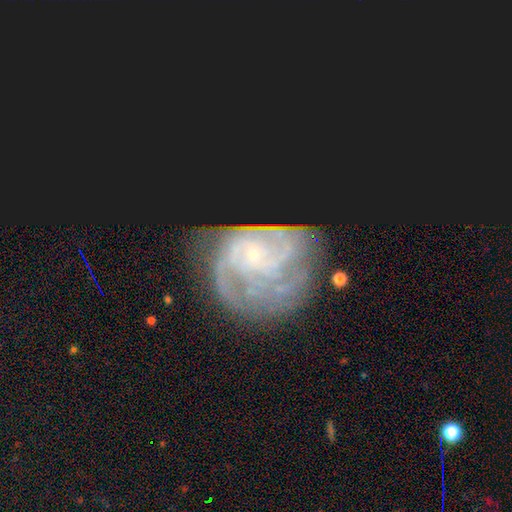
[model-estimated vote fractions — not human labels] featured or disk 79%, smooth 11%, star or artifact 10%. Down the decision tree: edge-on disk — no (97%); bar — no (72%); spiral arms — yes (85%); spiral arm count — can't tell (38%); spiral winding — tight (50%); bulge size — small (74%); merging — none (47%).